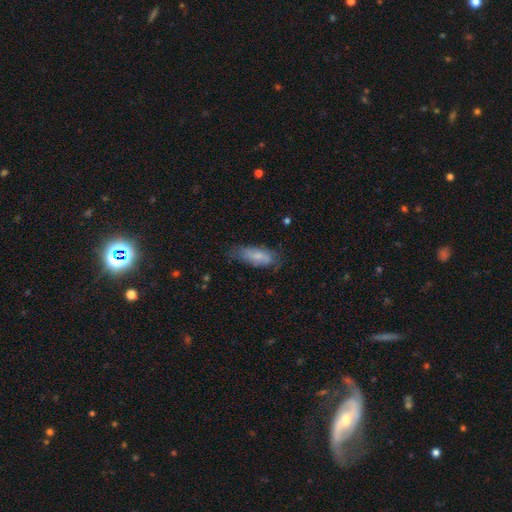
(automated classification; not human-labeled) A smooth galaxy with no disk features (69%) that is in between round and cigar-shaped (76%).

Vote fractions:
- Smooth or featured? smooth: 69% / featured or disk: 24% / star or artifact: 6%
- How rounded? in between: 76% / cigar-shaped: 22% / round: 2%
- Merging? none: 63% / minor disturbance: 28% / major disturbance: 8% / merger: 2%